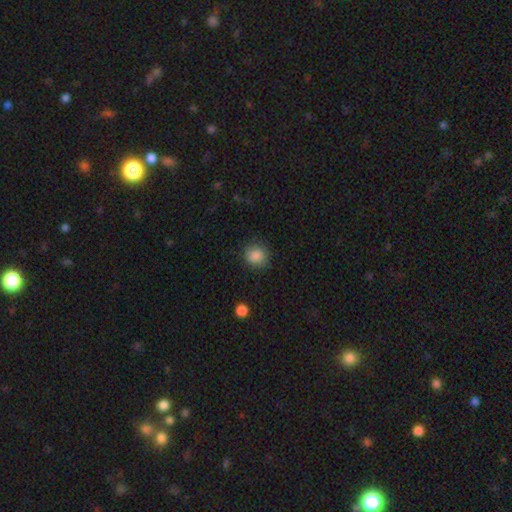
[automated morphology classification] This is clearly a smooth galaxy (86%). How rounded: clearly round (86%). Merging: clearly none (86%).